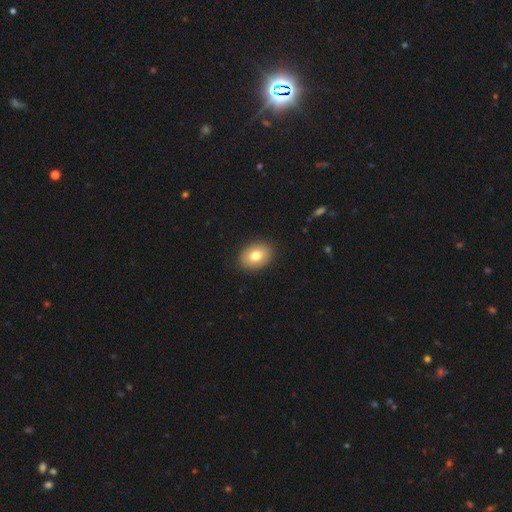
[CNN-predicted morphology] smooth_or_featured: smooth (p=0.78) [alt: featured or disk p=0.13]
how_rounded: in between (p=0.69) [alt: round p=0.30]
merging: none (p=0.89) [alt: minor disturbance p=0.08]